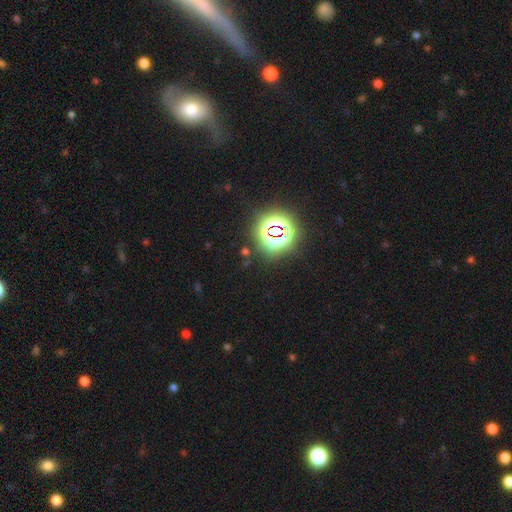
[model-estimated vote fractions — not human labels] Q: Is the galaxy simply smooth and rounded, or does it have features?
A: star or artifact — 74%.